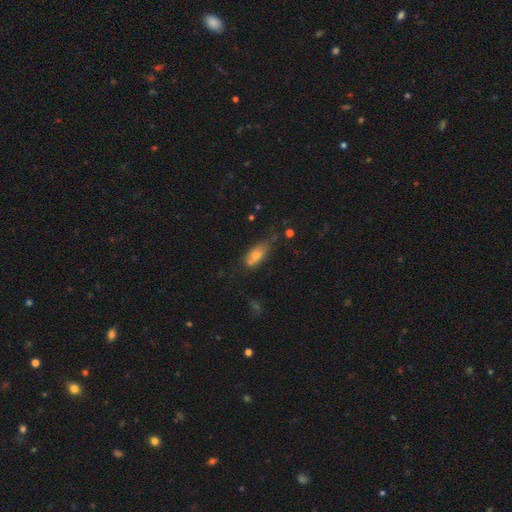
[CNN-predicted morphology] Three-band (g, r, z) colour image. It shows a smooth galaxy with no disk features (74%) that is in between round and cigar-shaped (81%). Merging: none (42%).